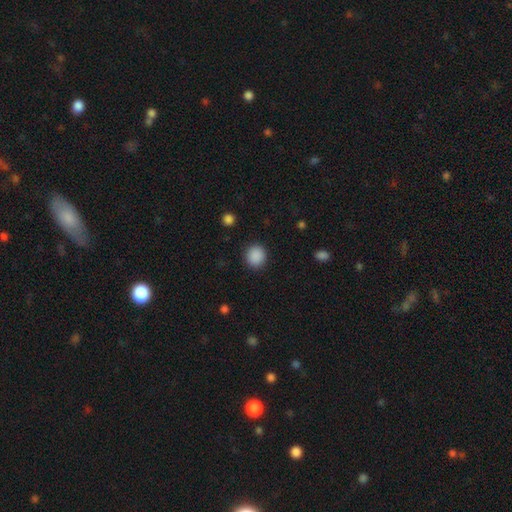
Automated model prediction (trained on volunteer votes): Q: Smooth or featured?
A: smooth (89%); runner-up: star or artifact (9%)
Q: How rounded?
A: round (88%); runner-up: in between (11%)
Q: Merging?
A: none (91%); runner-up: minor disturbance (6%)